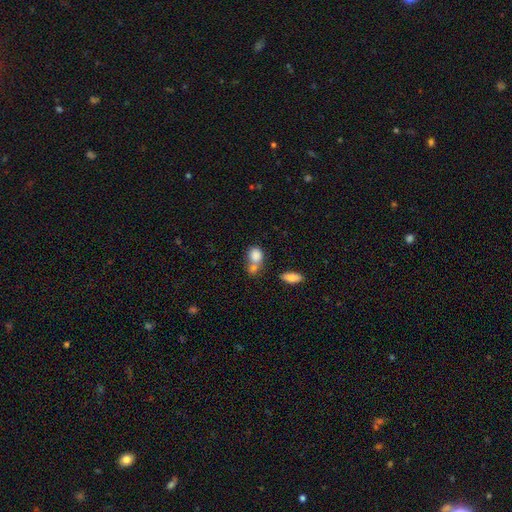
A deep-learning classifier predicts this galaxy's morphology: Smooth or featured?
  - smooth: 83% *
  - star or artifact: 9%
  - featured or disk: 8%
How rounded?
  - in between: 59% *
  - round: 39%
  - cigar-shaped: 2%
Merging?
  - merger: 51% *
  - none: 33%
  - minor disturbance: 11%
  - major disturbance: 5%